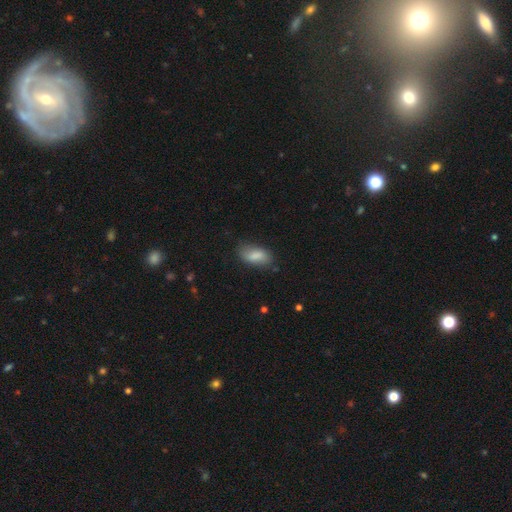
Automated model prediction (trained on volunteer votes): Morphology: type=smooth (80%); roundness=in between (90%); merging=none (72%).